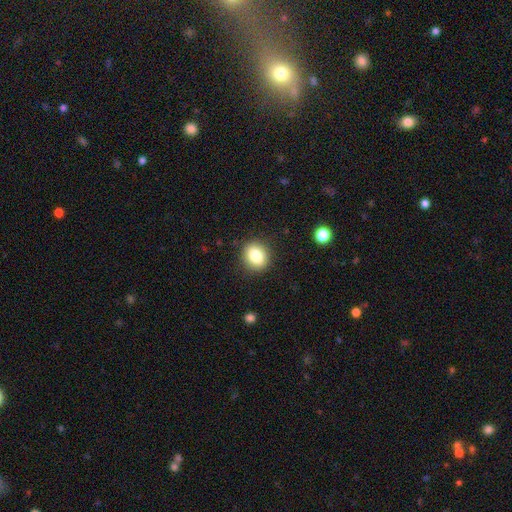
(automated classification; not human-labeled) Smooth or featured? Predicted: smooth (p=0.83). How rounded? Predicted: round (p=0.57). Merging? Predicted: none (p=0.88).